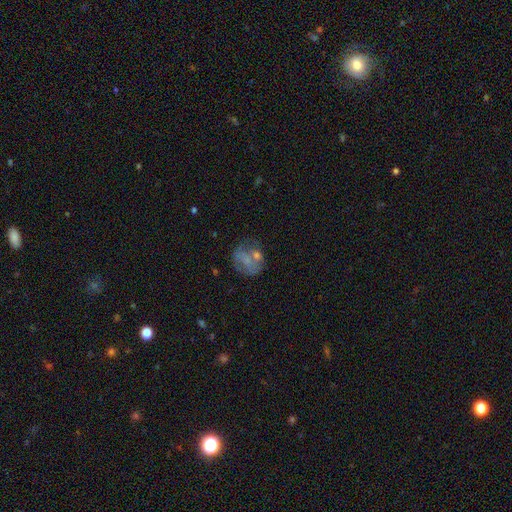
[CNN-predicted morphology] This appears to be a smooth galaxy with no disk features (41%). Merging: none (55%).